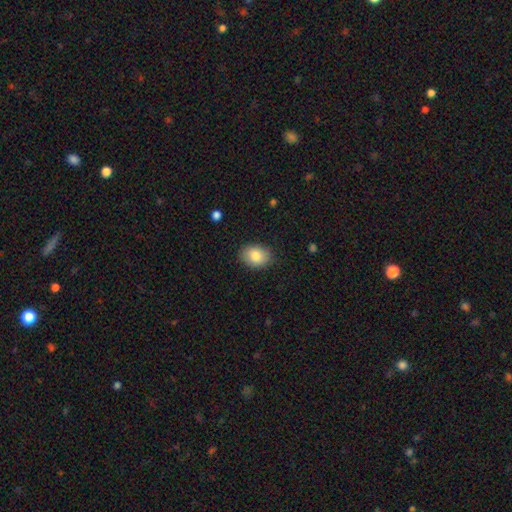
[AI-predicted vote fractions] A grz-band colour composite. It shows a smooth galaxy with no disk features (83%) that is in between round and cigar-shaped (67%). Merging: none (85%).